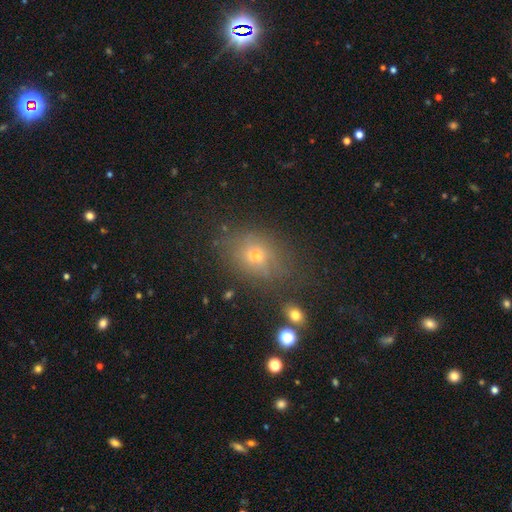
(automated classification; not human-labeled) Overall: smooth (58%; featured or disk 22%). How rounded: in between (59%; round 39%). Merging: none (69%).